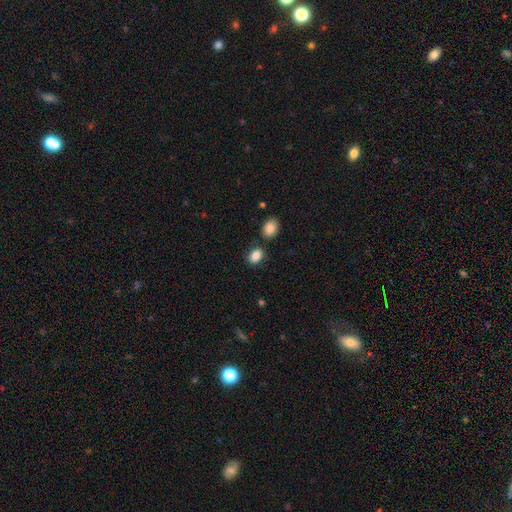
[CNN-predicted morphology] A smooth galaxy with no disk features (86%) that is in between round and cigar-shaped (78%).

Vote fractions:
- Smooth or featured? smooth: 86% / star or artifact: 8% / featured or disk: 6%
- How rounded? in between: 78% / round: 21% / cigar-shaped: 1%
- Merging? none: 73% / minor disturbance: 13% / merger: 10% / major disturbance: 3%